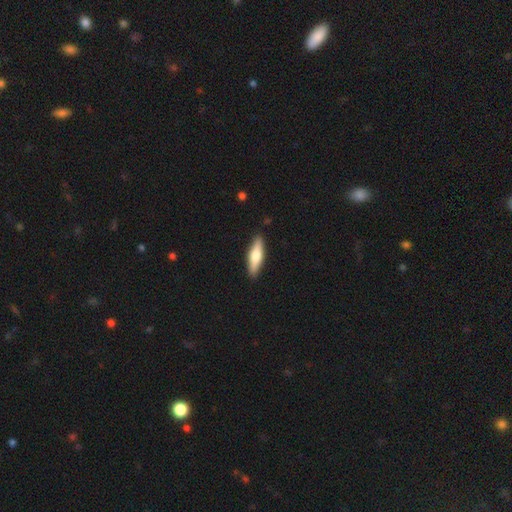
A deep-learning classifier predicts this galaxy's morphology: smooth 57%, featured or disk 38%, star or artifact 5%. Down the decision tree: how rounded — cigar-shaped (63%); merging — none (90%).